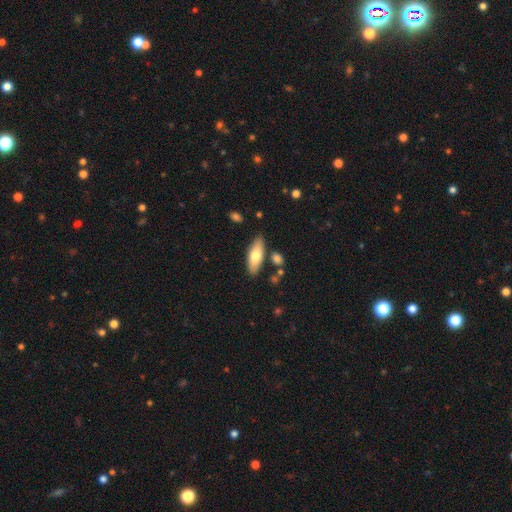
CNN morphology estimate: smooth 71%, featured or disk 24%, star or artifact 6%. Down the decision tree: how rounded — in between (68%); merging — none (81%).